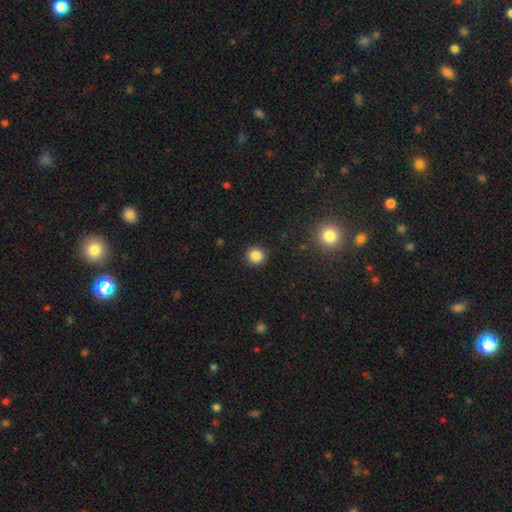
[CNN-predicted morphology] This appears to be a smooth galaxy with no disk features (85%) that is round (93%). Merging: none (91%).